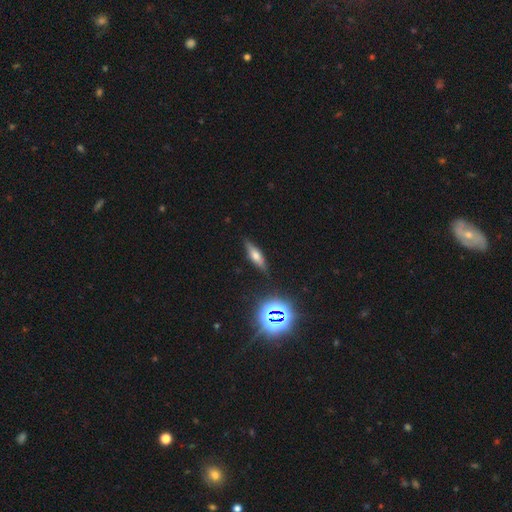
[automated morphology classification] A smooth galaxy with no disk features (43%).

Vote fractions:
- Smooth or featured? smooth: 43% / featured or disk: 41% / star or artifact: 15%
- Merging? none: 84% / minor disturbance: 11% / major disturbance: 3% / merger: 2%